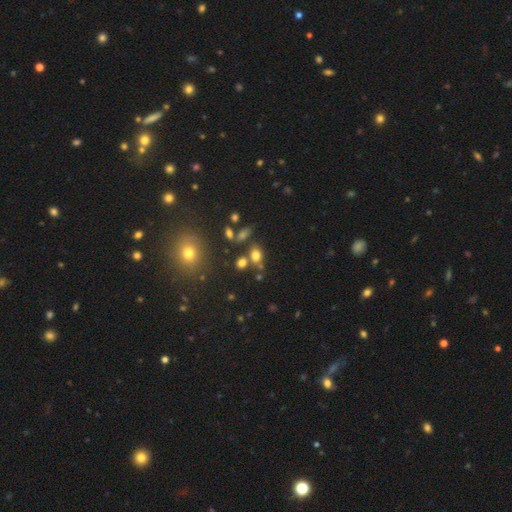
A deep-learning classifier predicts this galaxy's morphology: Smooth or featured?
  - smooth: 72% *
  - star or artifact: 17%
  - featured or disk: 11%
How rounded?
  - in between: 64% *
  - round: 33%
  - cigar-shaped: 3%
Merging?
  - none: 61% *
  - merger: 21%
  - minor disturbance: 13%
  - major disturbance: 5%